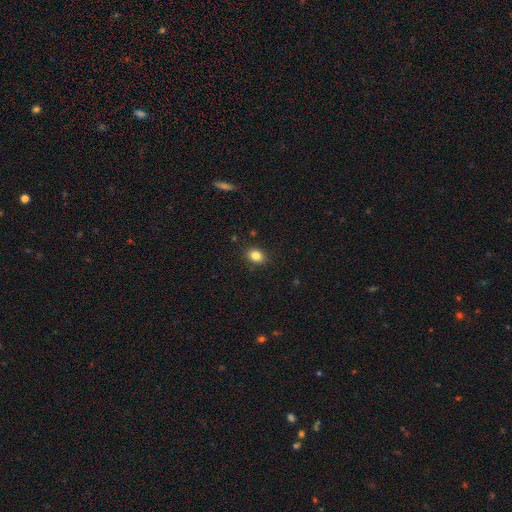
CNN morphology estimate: Smooth or featured? Predicted: smooth (p=0.84). How rounded? Predicted: in between (p=0.56). Merging? Predicted: none (p=0.89).